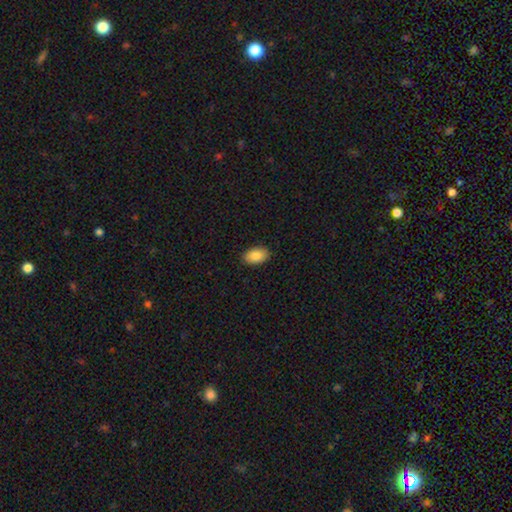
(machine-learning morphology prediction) A smooth galaxy with no disk features (89%) that is in between round and cigar-shaped (92%).

Vote fractions:
- Smooth or featured? smooth: 89% / star or artifact: 7% / featured or disk: 5%
- How rounded? in between: 92% / round: 6% / cigar-shaped: 1%
- Merging? none: 89% / minor disturbance: 8% / major disturbance: 2% / merger: 1%